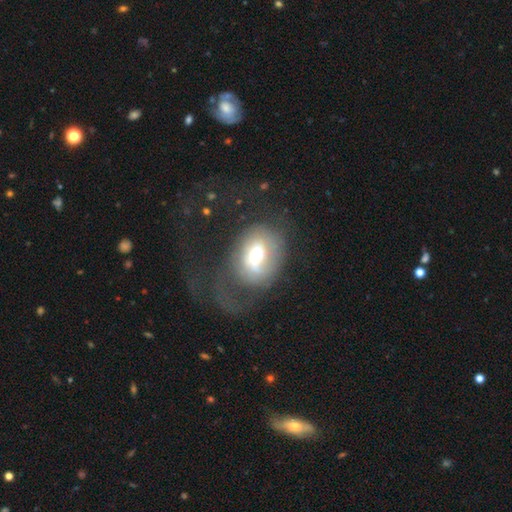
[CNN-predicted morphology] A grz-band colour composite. It shows a smooth galaxy with no disk features (46%). Merging: major disturbance (49%).